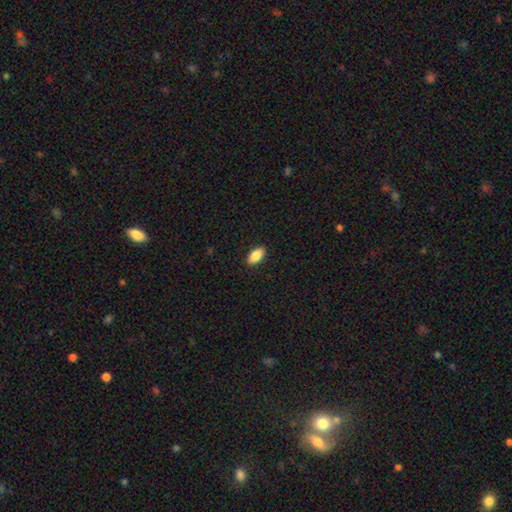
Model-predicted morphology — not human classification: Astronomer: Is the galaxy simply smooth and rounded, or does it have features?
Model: smooth — 86%.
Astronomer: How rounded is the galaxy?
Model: in between — 92%.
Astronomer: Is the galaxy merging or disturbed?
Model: none — 90%.